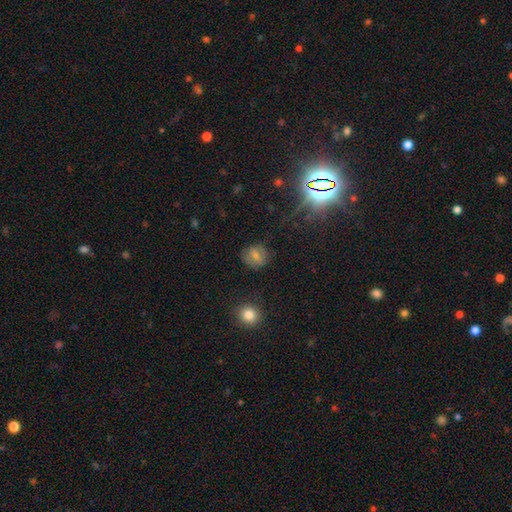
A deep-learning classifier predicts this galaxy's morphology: Smooth or featured: smooth — 68% (featured or disk — 17%)
How rounded: round — 68% (in between — 30%)
Merging: none — 78% (minor disturbance — 15%)